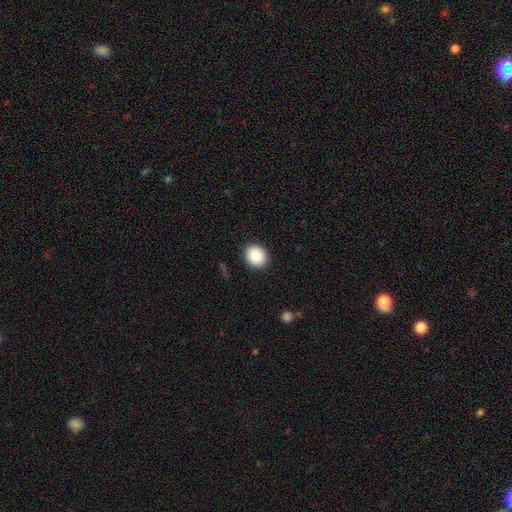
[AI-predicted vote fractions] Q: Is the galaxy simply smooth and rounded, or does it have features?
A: smooth — 85%.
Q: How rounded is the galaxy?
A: round — 75%.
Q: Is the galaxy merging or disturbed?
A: none — 91%.